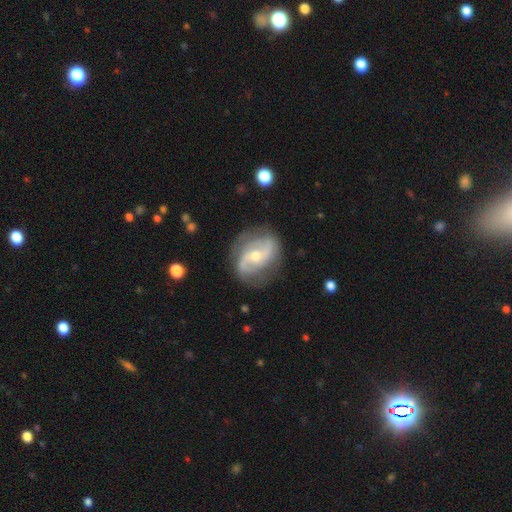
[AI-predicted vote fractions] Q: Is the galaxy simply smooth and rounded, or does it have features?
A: featured or disk — 84%.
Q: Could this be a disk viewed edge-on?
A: no — 97%.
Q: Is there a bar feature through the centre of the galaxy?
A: no — 47%.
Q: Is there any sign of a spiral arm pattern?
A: yes — 94%.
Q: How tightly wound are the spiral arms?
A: medium — 44%.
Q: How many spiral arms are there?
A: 2 — 85%.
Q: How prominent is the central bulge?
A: small — 48%, tied with moderate.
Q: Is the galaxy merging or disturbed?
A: none — 75%.